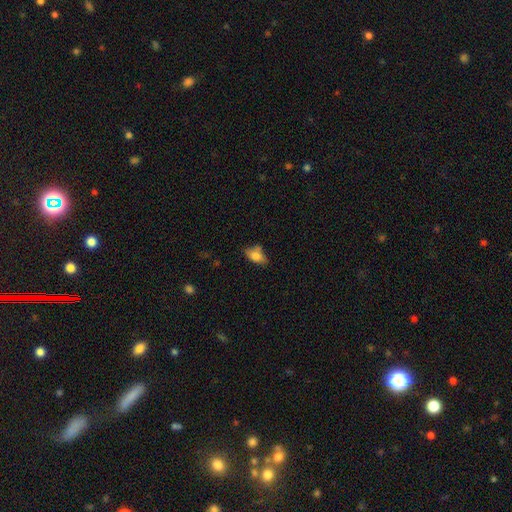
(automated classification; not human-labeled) Overall: smooth (80%). How rounded: in between (87%). Merging: none (55%; minor disturbance 28%).